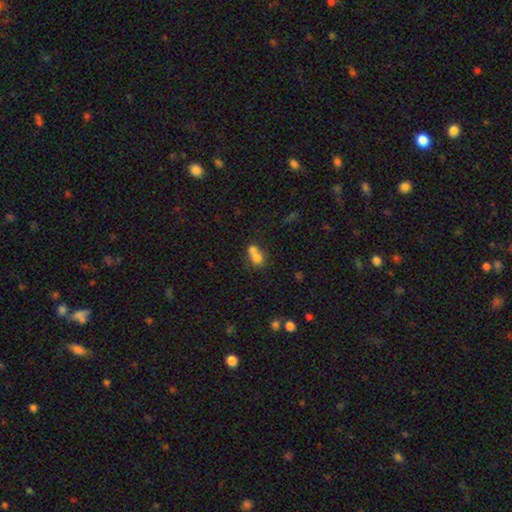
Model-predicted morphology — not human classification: The model was most divided on "how rounded": round: 59%, in between: 40%, cigar-shaped: 1%. More confident: smooth or featured — smooth (72%); merging — merger (67%).